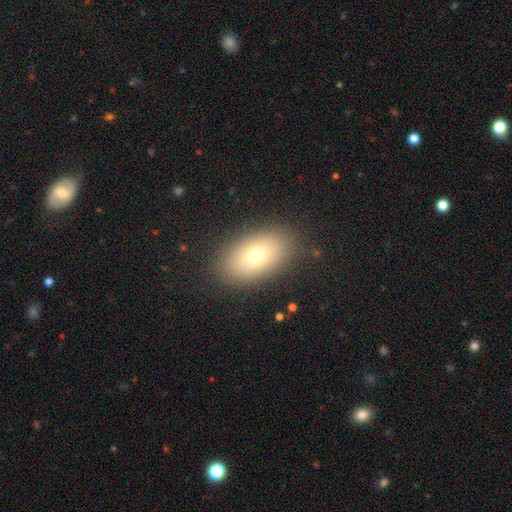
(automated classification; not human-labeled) A smooth galaxy with no disk features (70%) that is in between round and cigar-shaped (88%). Merging: none (88%).